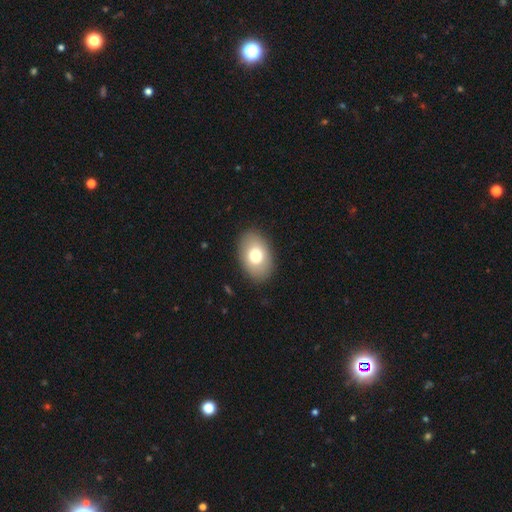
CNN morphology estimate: smooth 76%, featured or disk 17%, star or artifact 7%. Down the decision tree: how rounded — in between (86%); merging — none (88%).